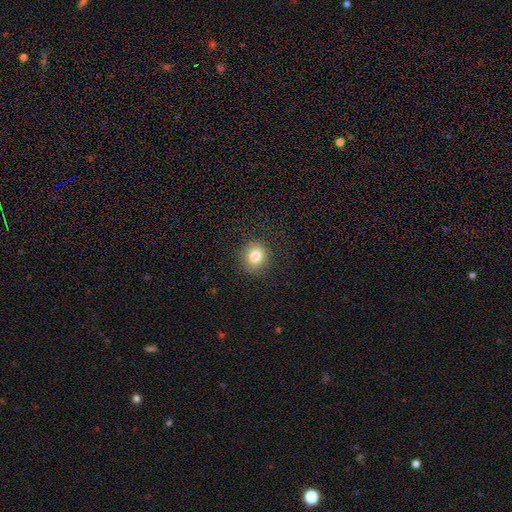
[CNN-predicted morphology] smooth 82%, star or artifact 10%, featured or disk 7%. Down the decision tree: how rounded — round (86%); merging — none (88%).